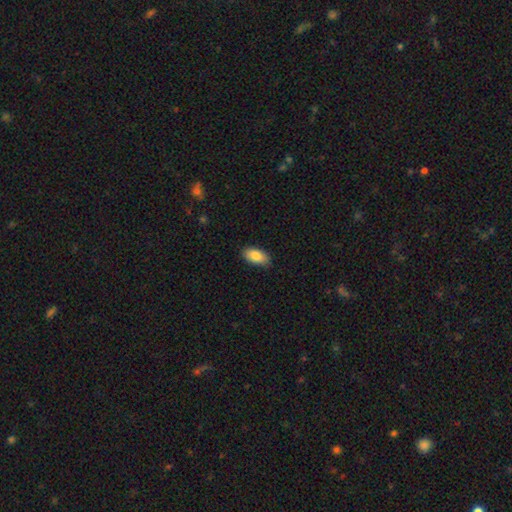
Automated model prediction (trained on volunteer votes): smooth 85%, featured or disk 8%, star or artifact 7%. Down the decision tree: how rounded — in between (93%); merging — none (86%).